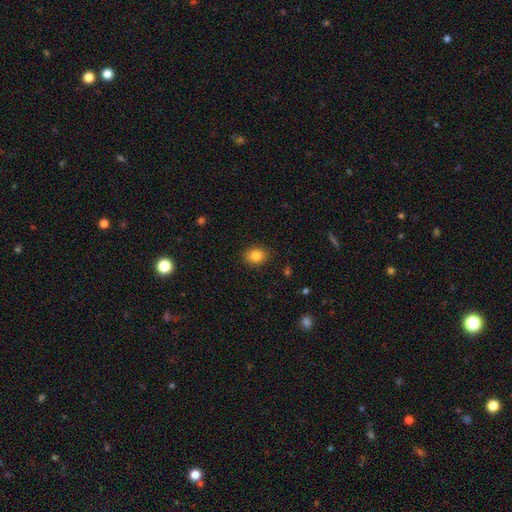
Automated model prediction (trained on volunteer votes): Smooth or featured?
  - smooth: 85% *
  - star or artifact: 9%
  - featured or disk: 6%
How rounded?
  - in between: 53% *
  - round: 46%
  - cigar-shaped: 1%
Merging?
  - none: 88% *
  - minor disturbance: 9%
  - major disturbance: 2%
  - merger: 1%